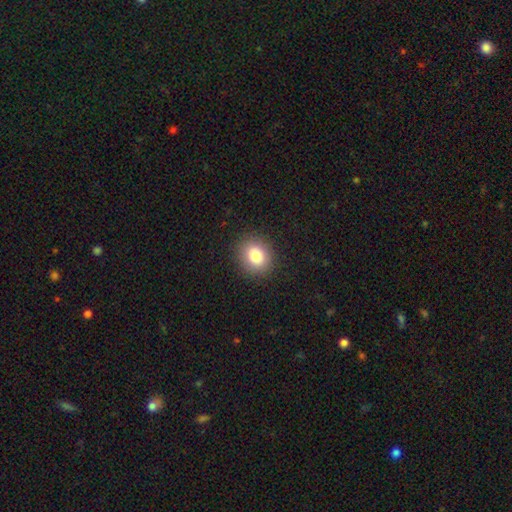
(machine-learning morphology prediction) smooth-or-featured: smooth: 82% | star or artifact: 10% | featured or disk: 8%
  how-rounded: round: 68% | in between: 31% | cigar-shaped: 1%
  merging: none: 89% | minor disturbance: 7% | major disturbance: 2% | merger: 1%